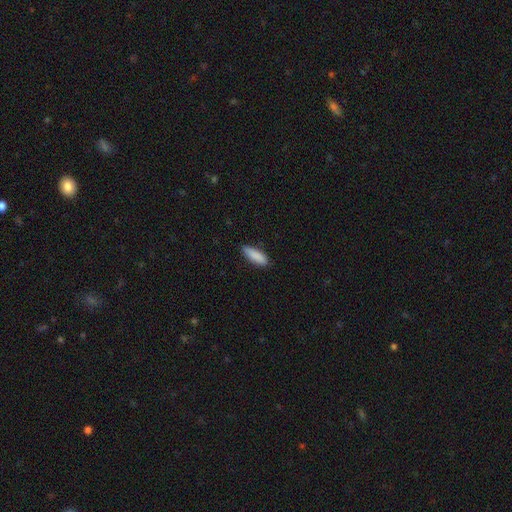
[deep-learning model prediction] Smooth or featured: smooth — 89% (star or artifact — 6%)
How rounded: in between — 52% (cigar-shaped — 47%)
Merging: none — 86% (minor disturbance — 11%)